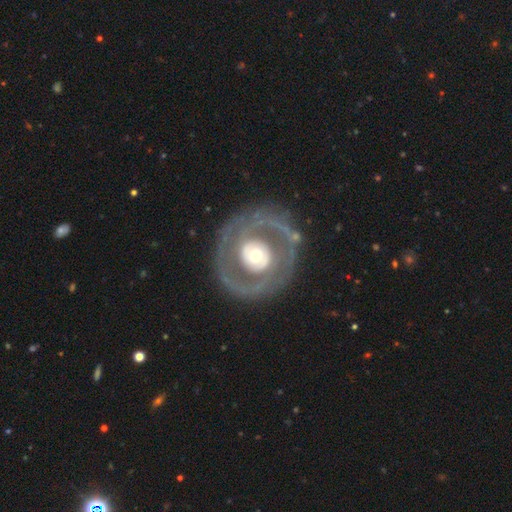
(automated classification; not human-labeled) Morphology: type=featured or disk (77%); edge-on=no (96%); bar=no (72%); spiral arms=yes (57%); bulge=moderate (62%); merging=none (74%).